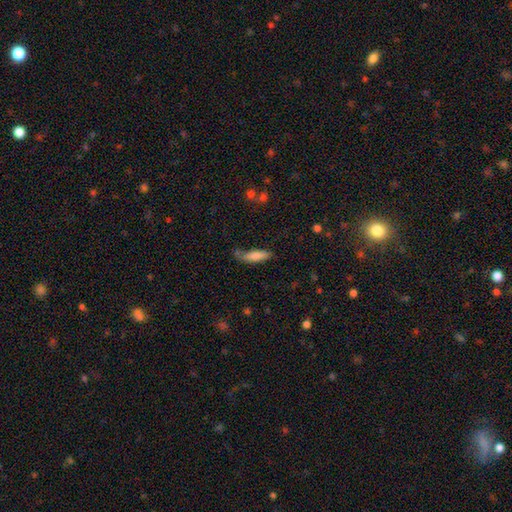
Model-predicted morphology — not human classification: The model was most divided on "how rounded": cigar-shaped: 66%, in between: 33%, round: 2%. More confident: smooth or featured — smooth (77%); merging — none (63%).